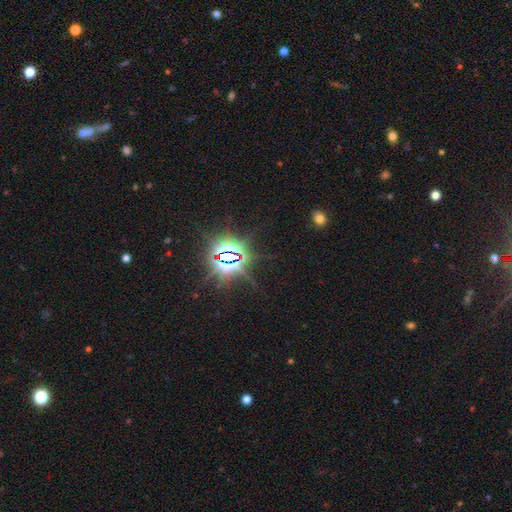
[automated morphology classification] Smooth or featured: star or artifact — 84% (smooth — 9%)